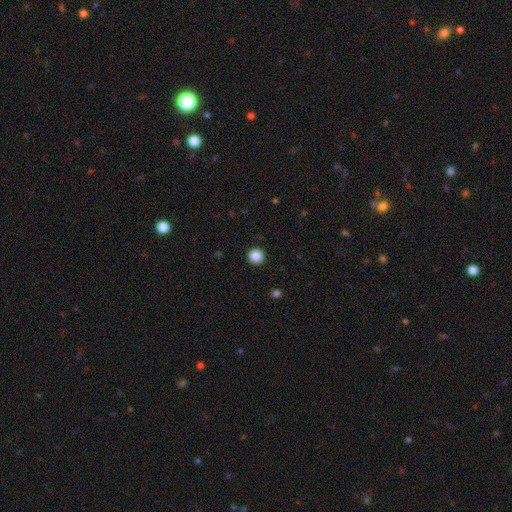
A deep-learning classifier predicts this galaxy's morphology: smooth-or-featured: smooth: 88% | star or artifact: 10% | featured or disk: 2%
  how-rounded: round: 95% | in between: 5% | cigar-shaped: 1%
  merging: none: 92% | minor disturbance: 5% | major disturbance: 2% | merger: 1%